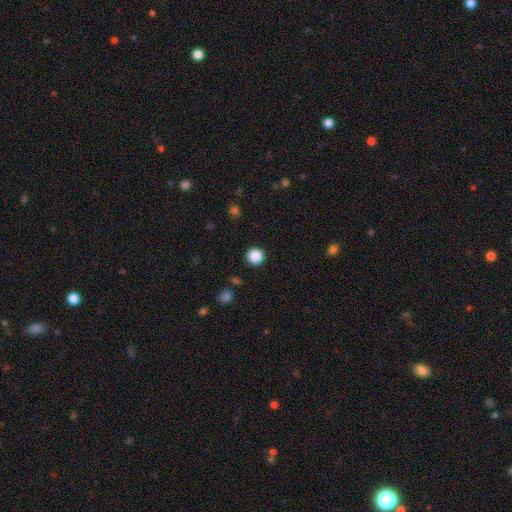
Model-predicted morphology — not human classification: A smooth galaxy with no disk features (87%) that is round (95%).

Vote fractions:
- Smooth or featured? smooth: 87% / star or artifact: 10% / featured or disk: 3%
- How rounded? round: 95% / in between: 4% / cigar-shaped: 1%
- Merging? none: 92% / minor disturbance: 5% / major disturbance: 2% / merger: 1%